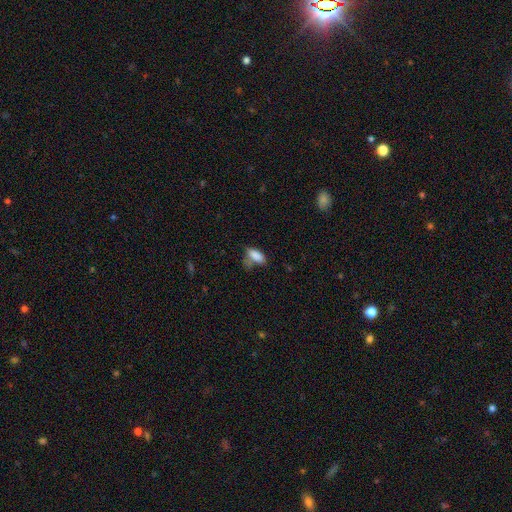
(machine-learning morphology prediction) Overall: smooth (83%). How rounded: in between (83%). Merging: none (42%; minor disturbance 29%).